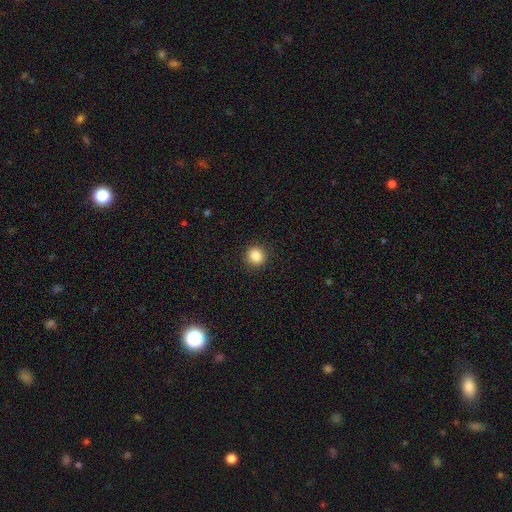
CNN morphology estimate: This is clearly a smooth galaxy (86%). How rounded: clearly round (92%). Merging: clearly none (92%).